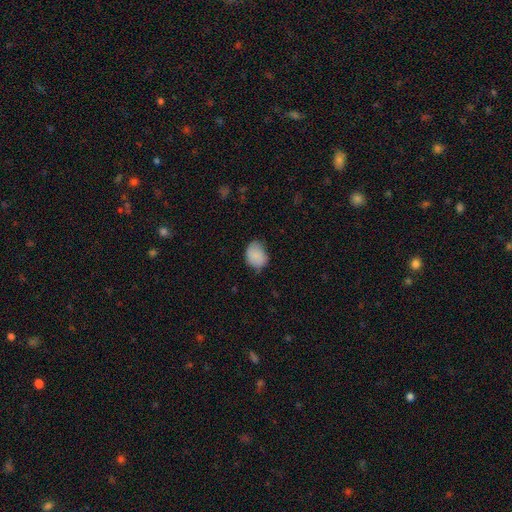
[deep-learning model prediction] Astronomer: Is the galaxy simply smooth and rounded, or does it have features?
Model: smooth — 84%.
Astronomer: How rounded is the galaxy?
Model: in between — 61% (runner-up: round, 38%).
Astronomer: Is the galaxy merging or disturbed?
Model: none — 62%.